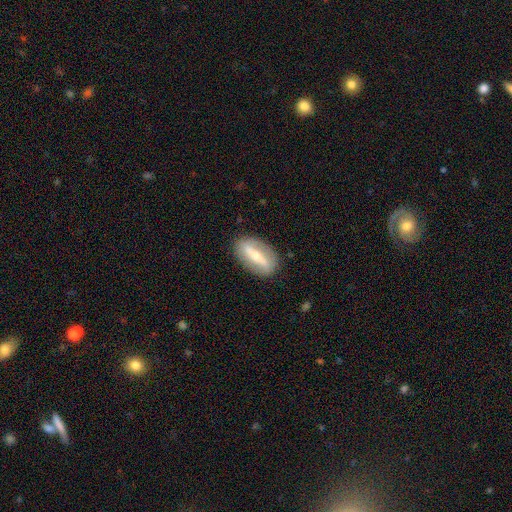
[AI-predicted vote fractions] Overall: featured or disk (63%; smooth 32%). Edge-on disk: no (70%; yes 30%). Merging: none (86%).